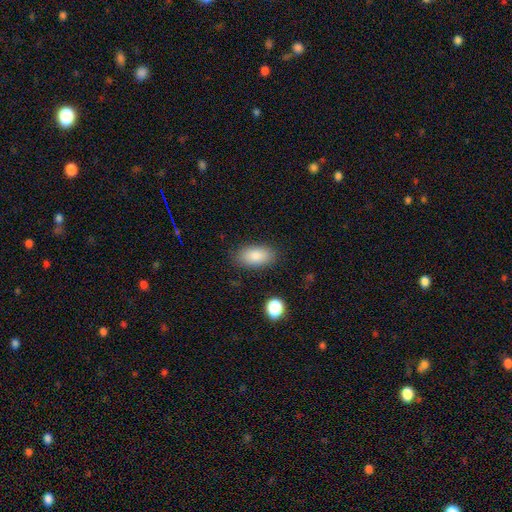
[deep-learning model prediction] smooth 86%, star or artifact 7%, featured or disk 7%. Down the decision tree: how rounded — in between (93%); merging — none (85%).